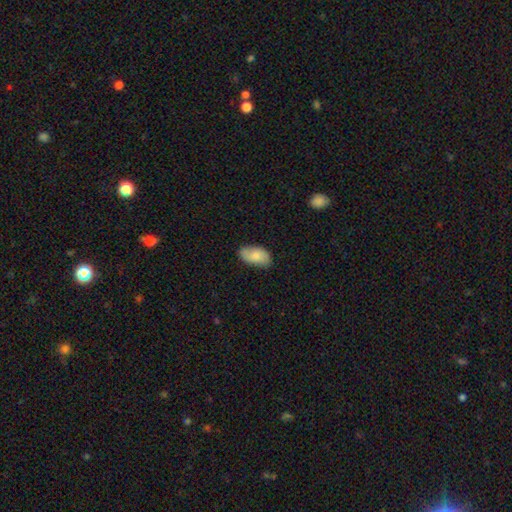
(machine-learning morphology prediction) smooth-or-featured: smooth: 70% | featured or disk: 23% | star or artifact: 7%
  how-rounded: in between: 94% | round: 4% | cigar-shaped: 2%
  merging: none: 78% | minor disturbance: 18% | major disturbance: 3% | merger: 1%